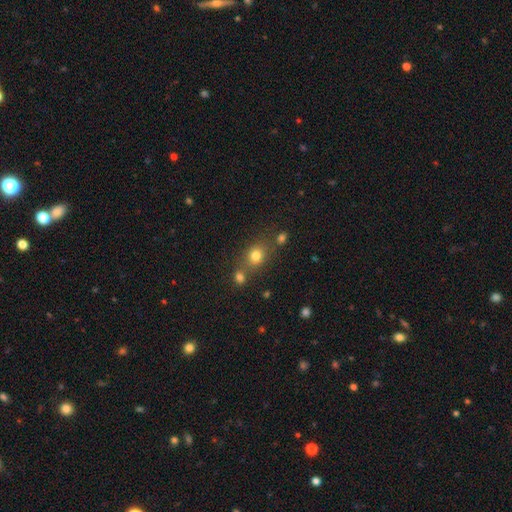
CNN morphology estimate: smooth_or_featured: smooth (p=0.76) [alt: star or artifact p=0.14]
how_rounded: round (p=0.66) [alt: in between p=0.32]
merging: none (p=0.61) [alt: merger p=0.23]